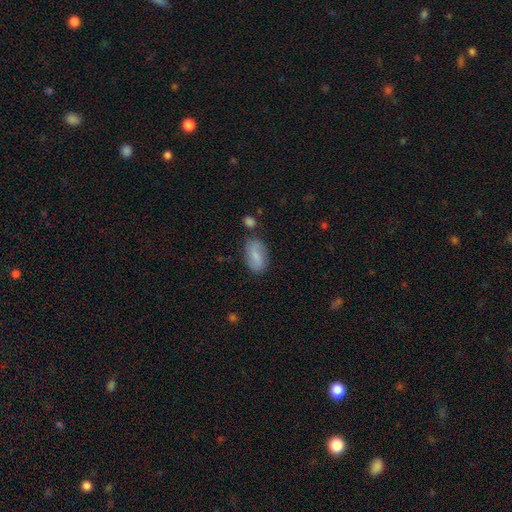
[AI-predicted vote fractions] Morphology: type=smooth (72%); roundness=in between (91%); merging=none (72%).